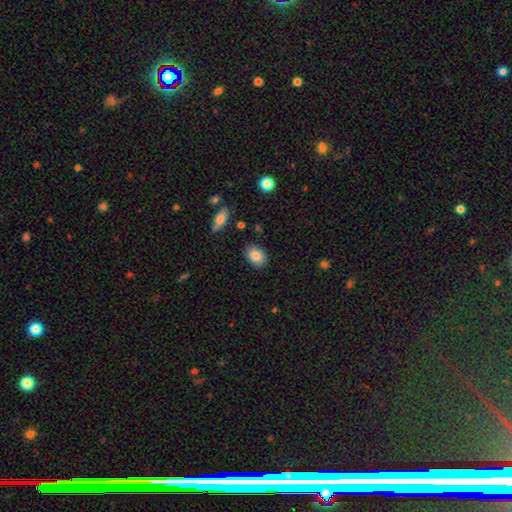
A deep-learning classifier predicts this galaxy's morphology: Smooth or featured?
  - smooth: 86% *
  - star or artifact: 8%
  - featured or disk: 7%
How rounded?
  - in between: 77% *
  - round: 22%
  - cigar-shaped: 1%
Merging?
  - none: 86% *
  - minor disturbance: 10%
  - major disturbance: 2%
  - merger: 2%